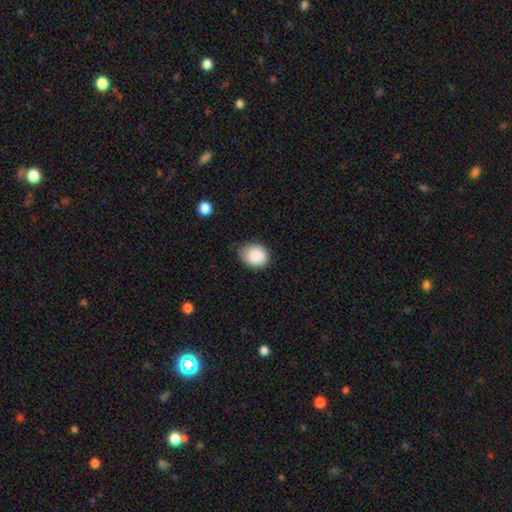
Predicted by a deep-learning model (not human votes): Overall: smooth (88%). How rounded: round (61%; in between 39%). Merging: none (62%; minor disturbance 31%).